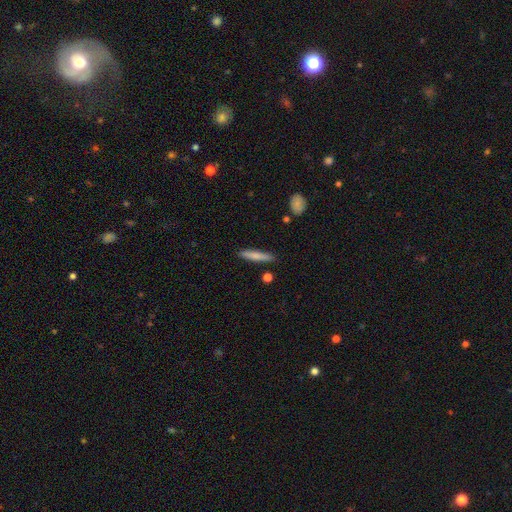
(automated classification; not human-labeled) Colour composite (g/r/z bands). It shows a smooth galaxy with no disk features (74%) that is cigar-shaped (91%). Merging: none (88%).